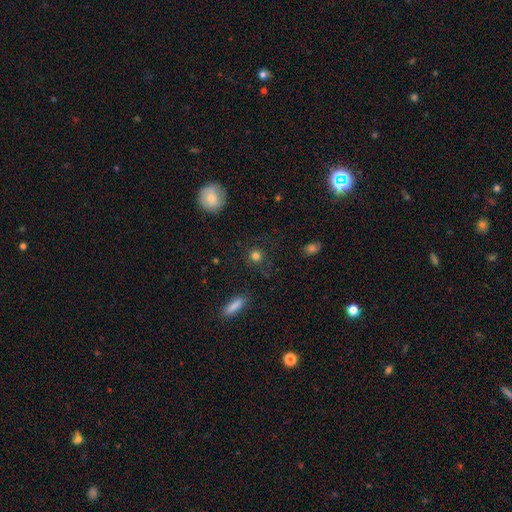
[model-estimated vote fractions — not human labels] smooth 79%, star or artifact 14%, featured or disk 8%. Down the decision tree: how rounded — round (91%); merging — none (84%).